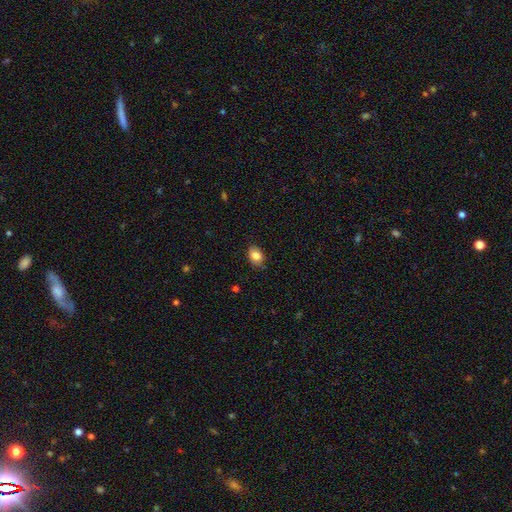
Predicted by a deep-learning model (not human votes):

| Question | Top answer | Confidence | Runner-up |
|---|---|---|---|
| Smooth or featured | smooth | 85% | star or artifact (8%) |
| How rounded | in between | 82% | round (16%) |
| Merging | none | 82% | minor disturbance (14%) |